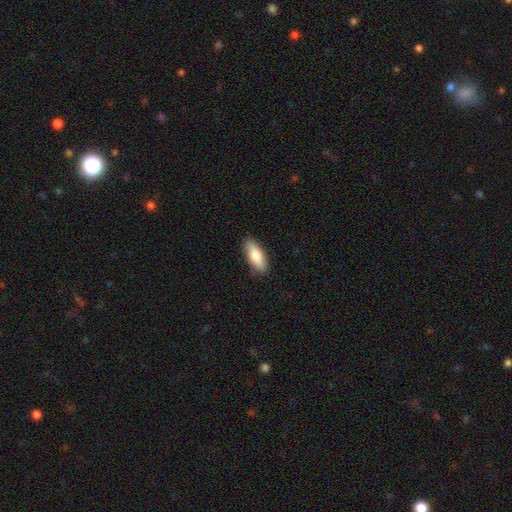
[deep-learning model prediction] Smooth or featured? Predicted: smooth (p=0.80). How rounded? Predicted: in between (p=0.72). Merging? Predicted: none (p=0.87).